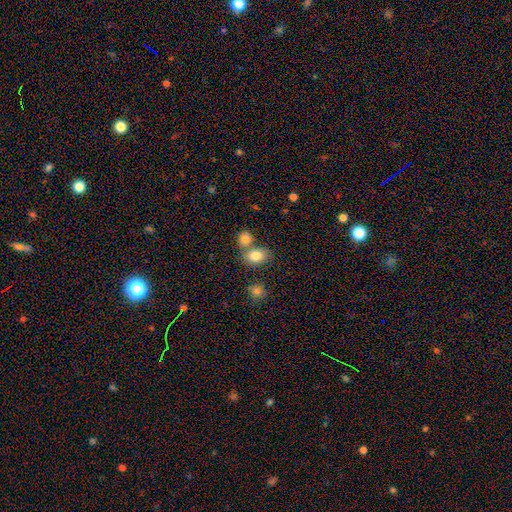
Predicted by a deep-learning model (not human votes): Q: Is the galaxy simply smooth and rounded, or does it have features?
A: smooth — 82%.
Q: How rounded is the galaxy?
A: in between — 67%.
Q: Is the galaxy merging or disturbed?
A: none — 51%.